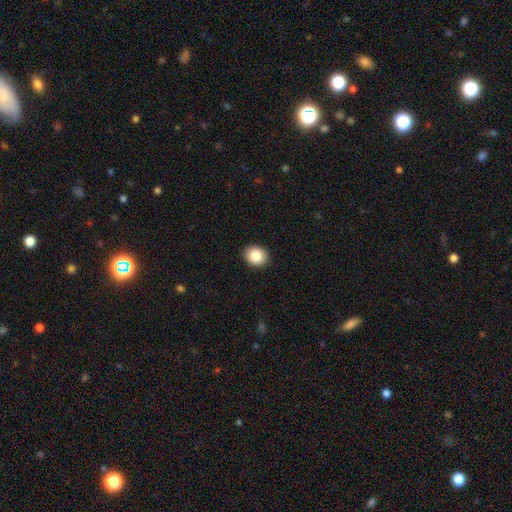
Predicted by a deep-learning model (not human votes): The model was most divided on "how rounded": round: 55%, in between: 44%, cigar-shaped: 1%. More confident: merging — none (91%); smooth or featured — smooth (86%).